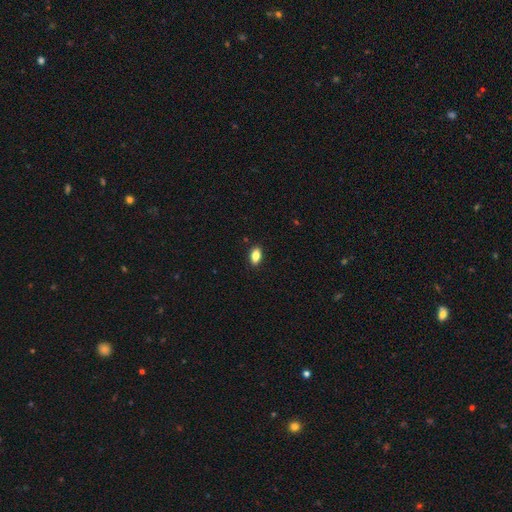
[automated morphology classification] This is clearly a smooth galaxy (85%). How rounded: clearly in between (90%). Merging: clearly none (89%).